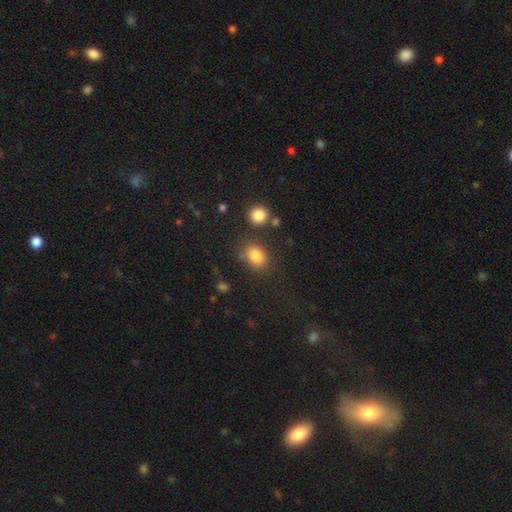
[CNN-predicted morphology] The model was most divided on "how rounded": in between: 59%, round: 39%, cigar-shaped: 1%. More confident: smooth or featured — smooth (82%); merging — none (73%).